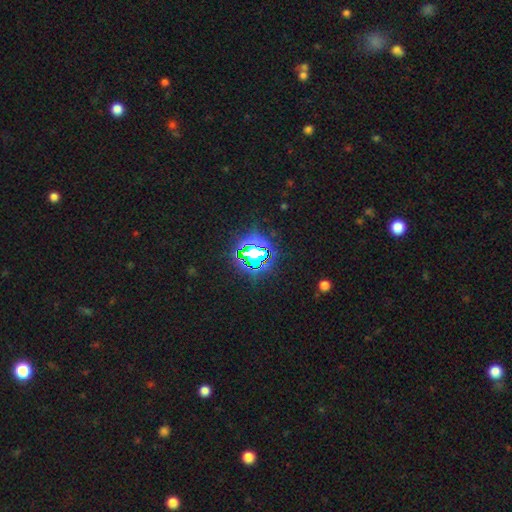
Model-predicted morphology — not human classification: The model was most divided on "smooth or featured": star or artifact: 71%, smooth: 18%, featured or disk: 11%.